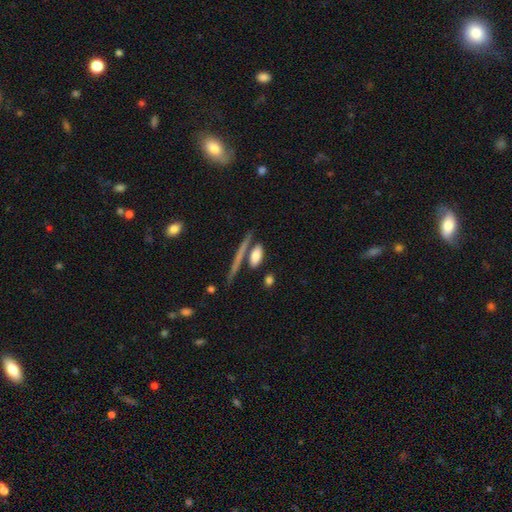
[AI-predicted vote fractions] smooth-or-featured: smooth: 75% | featured or disk: 18% | star or artifact: 7%
  how-rounded: in between: 66% | cigar-shaped: 28% | round: 6%
  merging: none: 61% | merger: 18% | minor disturbance: 14% | major disturbance: 6%